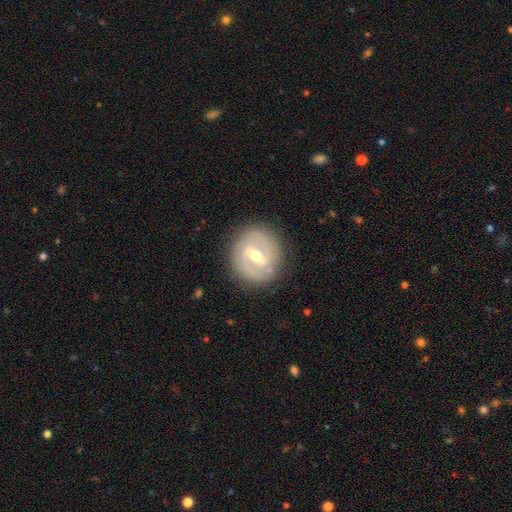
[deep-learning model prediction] A featured or disk galaxy (78%) with a weak bar (45%), 2 (71%) tight (57%) spiral arms (78%) and a moderate central bulge (67%).

Vote fractions:
- Smooth or featured? featured or disk: 78% / smooth: 17% / star or artifact: 5%
- Edge-on disk? no: 95% / yes: 5%
- Bar? weak: 45% / strong: 44% / no: 11%
- Spiral arms? yes: 78% / no: 22%
- Spiral winding? tight: 57% / medium: 32% / loose: 10%
- Spiral arm count? 2: 71% / can't tell: 17% / 3: 5% / 1: 3% / 4: 2% / more than 4: 2%
- Bulge size? moderate: 67% / small: 27% / large: 4% / none: 1% / dominant: 1%
- Merging? none: 84% / minor disturbance: 11% / major disturbance: 4% / merger: 1%